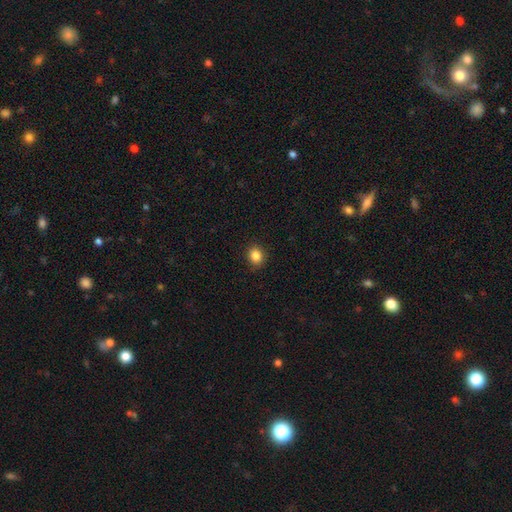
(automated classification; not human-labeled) Overall: smooth (85%). How rounded: round (67%; in between 32%). Merging: none (90%).